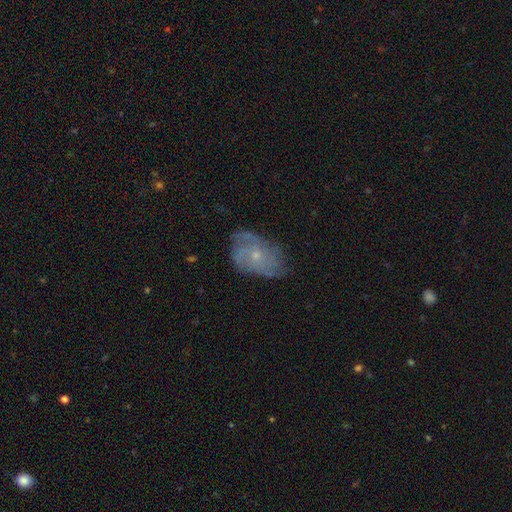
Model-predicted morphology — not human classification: This appears to be a featured or disk galaxy (69%) with no bar (81%), tight (43%) spiral arms (85%) and a small central bulge (72%). Merging: none (65%).